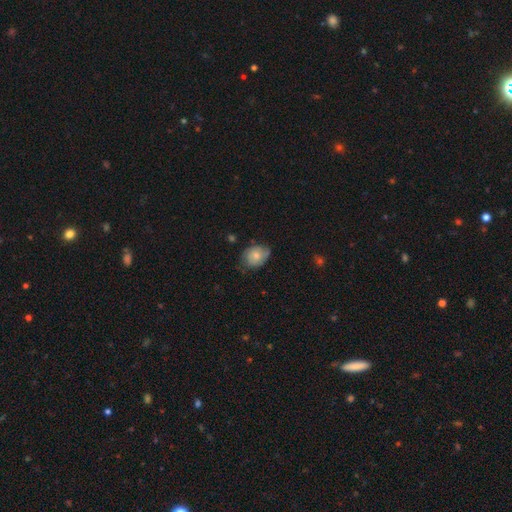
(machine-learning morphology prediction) smooth_or_featured: smooth (p=0.60) [alt: featured or disk p=0.32]
how_rounded: in between (p=0.57) [alt: round p=0.42]
merging: none (p=0.57) [alt: minor disturbance p=0.32]